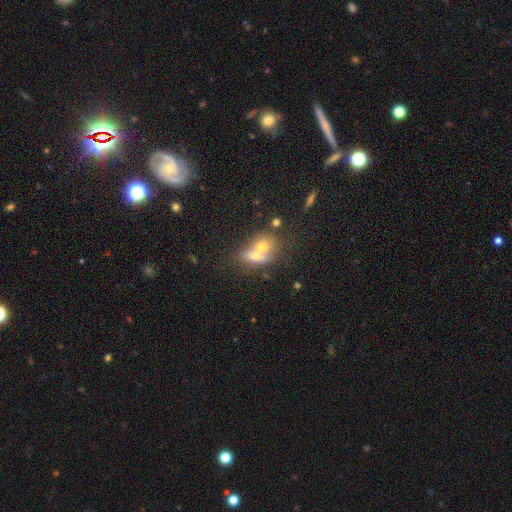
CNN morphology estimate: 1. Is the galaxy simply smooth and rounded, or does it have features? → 61% smooth, 28% featured or disk, 11% star or artifact.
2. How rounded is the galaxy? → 54% in between, 41% round, 5% cigar-shaped.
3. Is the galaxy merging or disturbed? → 72% merger, 17% none, 6% minor disturbance, 5% major disturbance.